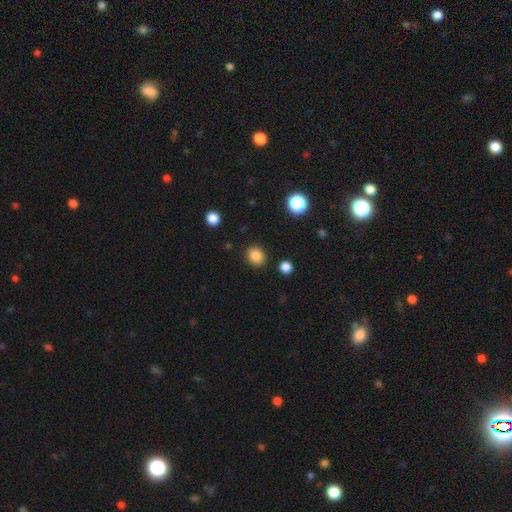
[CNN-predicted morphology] smooth_or_featured: smooth (p=0.86) [alt: star or artifact p=0.11]
how_rounded: round (p=0.68) [alt: in between p=0.31]
merging: none (p=0.88) [alt: minor disturbance p=0.07]